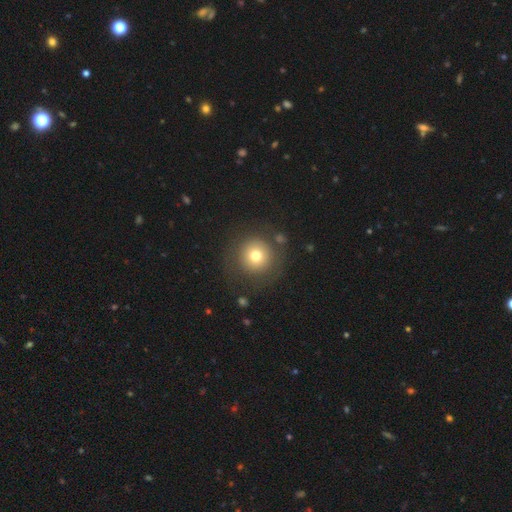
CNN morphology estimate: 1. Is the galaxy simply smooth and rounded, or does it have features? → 73% smooth, 15% featured or disk, 12% star or artifact.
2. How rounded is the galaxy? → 95% round, 4% in between, 1% cigar-shaped.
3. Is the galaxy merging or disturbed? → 79% none, 11% minor disturbance, 7% major disturbance, 3% merger.